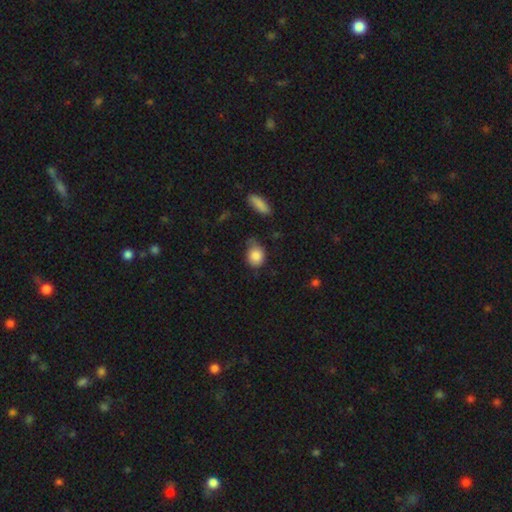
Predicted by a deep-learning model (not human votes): Overall: smooth (85%). How rounded: round (51%; in between 47%). Merging: none (49%; minor disturbance 38%).